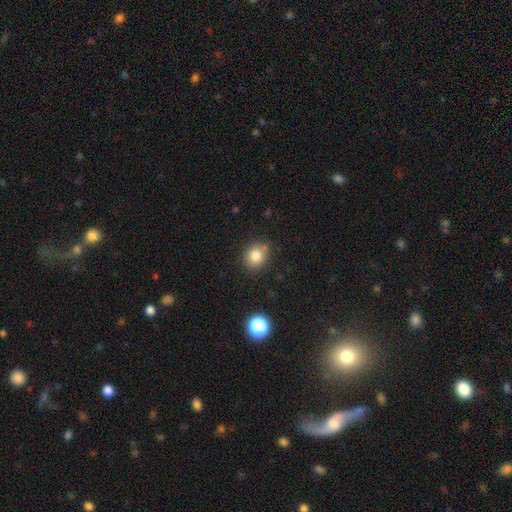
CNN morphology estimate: The model was most divided on "how rounded": round: 73%, in between: 26%, cigar-shaped: 1%. More confident: smooth or featured — smooth (82%); merging — none (76%).